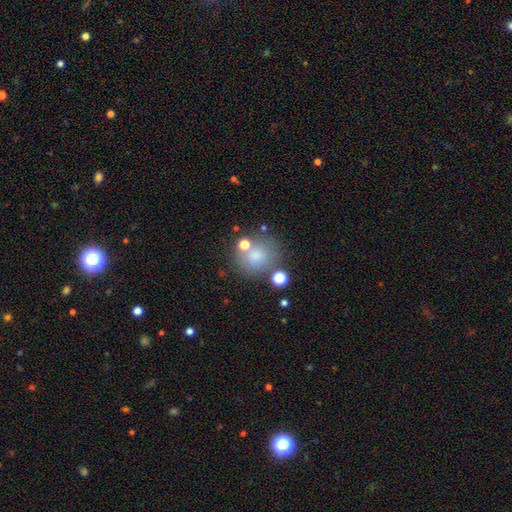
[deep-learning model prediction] smooth 72%, star or artifact 15%, featured or disk 13%. Down the decision tree: how rounded — round (81%); merging — none (66%).